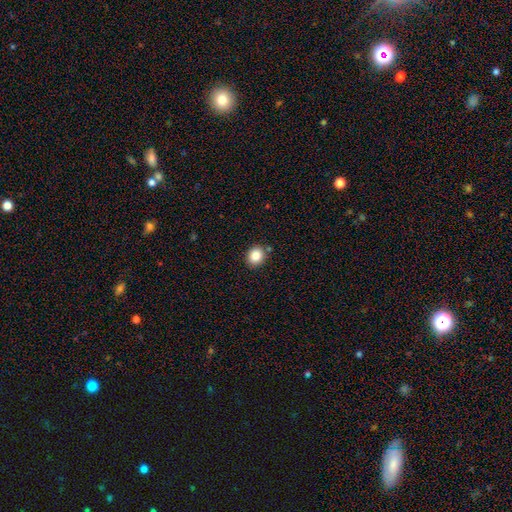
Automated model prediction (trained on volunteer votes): This appears to be a smooth galaxy with no disk features (84%) that is round (71%). Merging: none (86%).